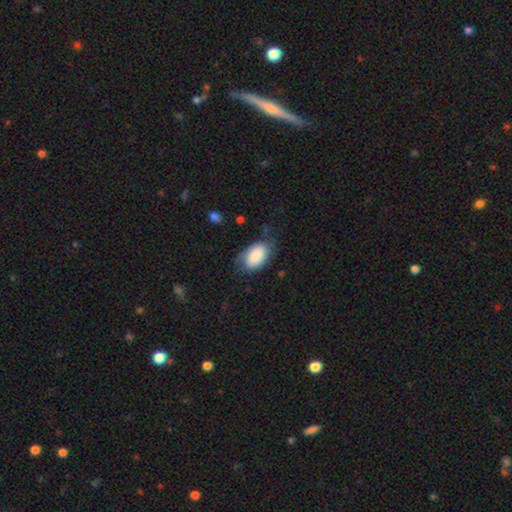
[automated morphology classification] smooth-or-featured: smooth: 82% | featured or disk: 12% | star or artifact: 6%
  how-rounded: in between: 92% | round: 7% | cigar-shaped: 1%
  merging: none: 57% | minor disturbance: 29% | major disturbance: 12% | merger: 2%